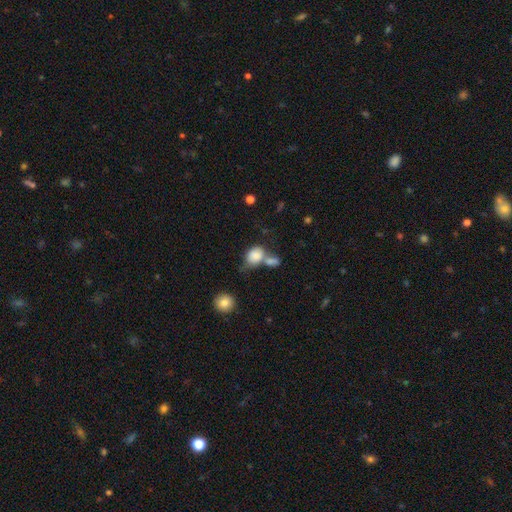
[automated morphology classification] This is clearly a smooth galaxy (81%). How rounded: possibly in between (59%). Merging: possibly merger (49%).